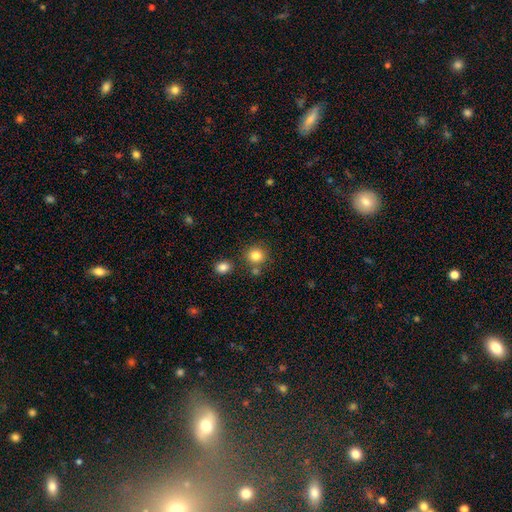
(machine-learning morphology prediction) smooth_or_featured: smooth (p=0.83) [alt: star or artifact p=0.11]
how_rounded: round (p=0.88) [alt: in between p=0.11]
merging: none (p=0.75) [alt: merger p=0.13]